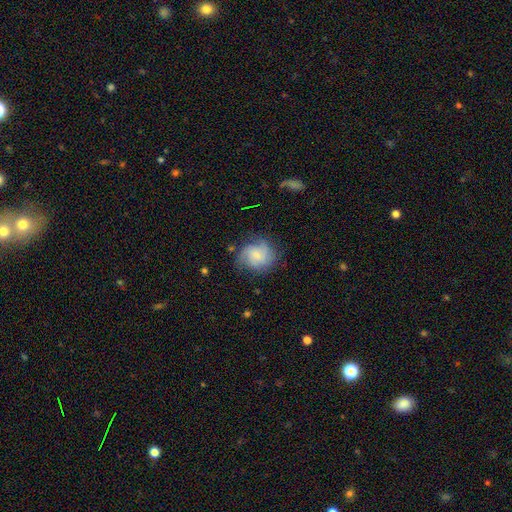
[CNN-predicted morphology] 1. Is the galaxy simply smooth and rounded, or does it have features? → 53% featured or disk, 38% smooth, 9% star or artifact.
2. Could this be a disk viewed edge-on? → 98% no, 2% yes.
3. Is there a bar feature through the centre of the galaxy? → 66% no, 30% weak, 4% strong.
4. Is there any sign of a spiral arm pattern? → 88% yes, 12% no.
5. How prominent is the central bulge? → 66% small, 20% moderate, 10% none, 2% large, 1% dominant.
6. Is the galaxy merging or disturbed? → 64% none, 23% minor disturbance, 11% major disturbance, 2% merger.